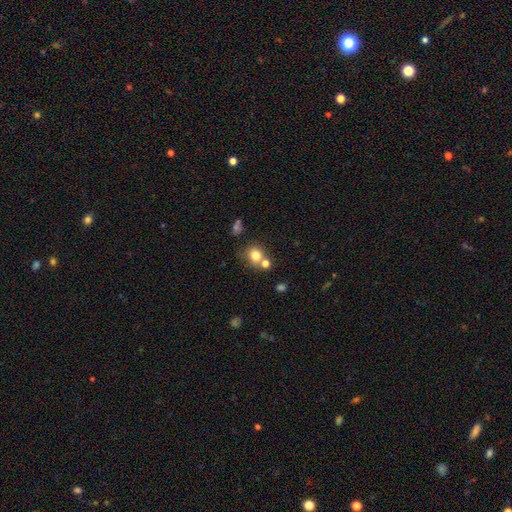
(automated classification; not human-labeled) Smooth or featured? smooth (77%)
How rounded? round (77%)
Merging? none (56%)